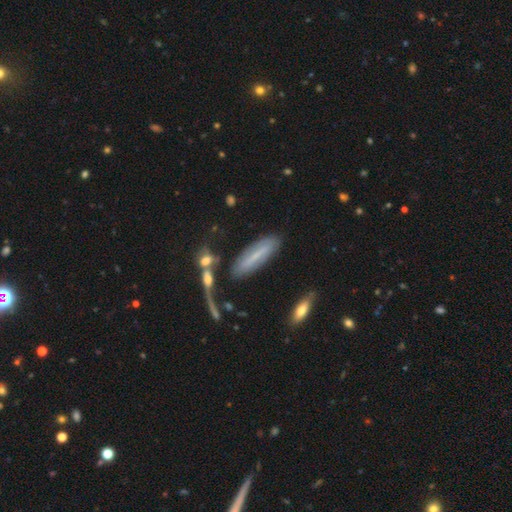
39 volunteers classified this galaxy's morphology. A smooth galaxy with no disk features (51%) that is cigar-shaped (75%).

Vote fractions:
- Smooth or featured? smooth: 51% / featured or disk: 41% / star or artifact: 8%
- How rounded? cigar-shaped: 75% / in between: 20% / round: 5%
- Merging? none: 81% / minor disturbance: 11% / major disturbance: 6% / merger: 3%